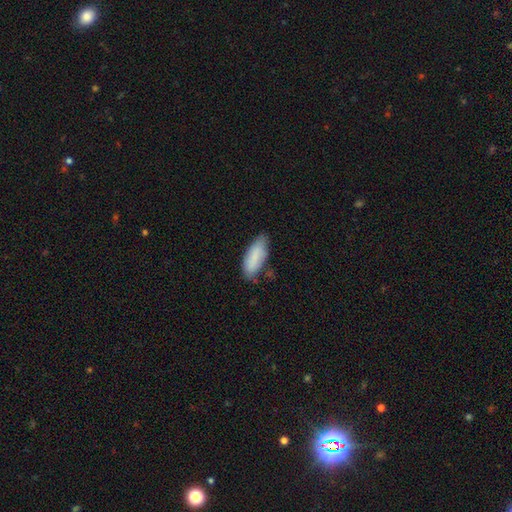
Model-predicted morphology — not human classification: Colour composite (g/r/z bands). It shows a smooth galaxy with no disk features (83%) that is in between round and cigar-shaped (76%). Merging: none (65%).